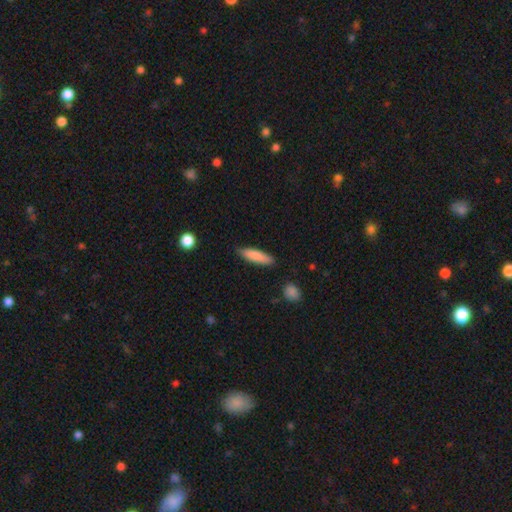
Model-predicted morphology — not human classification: Smooth or featured? smooth (83%)
How rounded? cigar-shaped (70%)
Merging? none (84%)